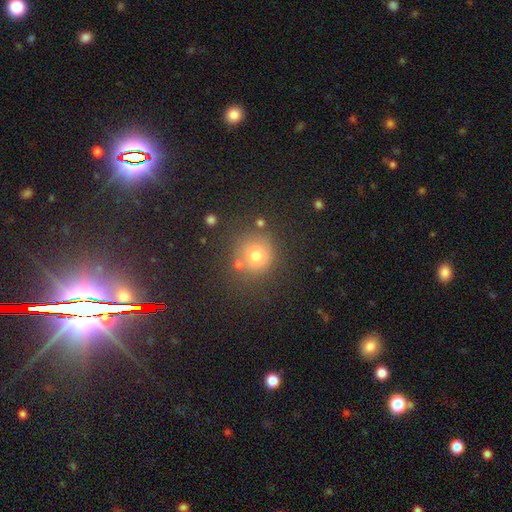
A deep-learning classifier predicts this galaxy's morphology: Smooth or featured? smooth (72%)
How rounded? round (92%)
Merging? none (74%)